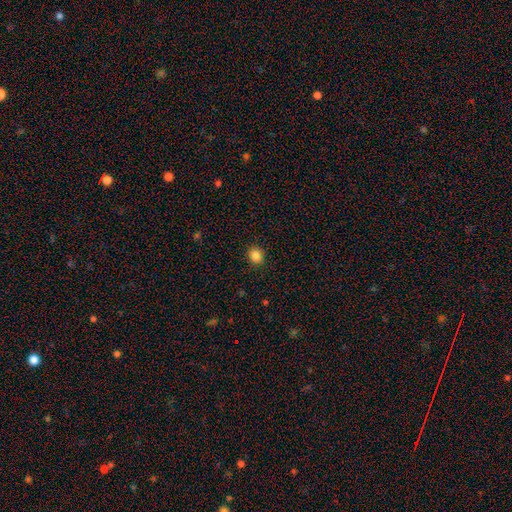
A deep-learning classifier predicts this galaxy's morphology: Overall: smooth (86%). How rounded: round (77%). Merging: none (91%).